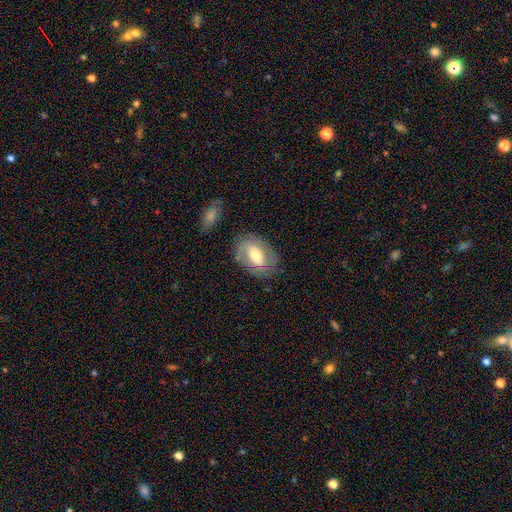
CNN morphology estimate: Overall: featured or disk (51%; smooth 42%). Edge-on disk: no (92%). Merging: none (76%).